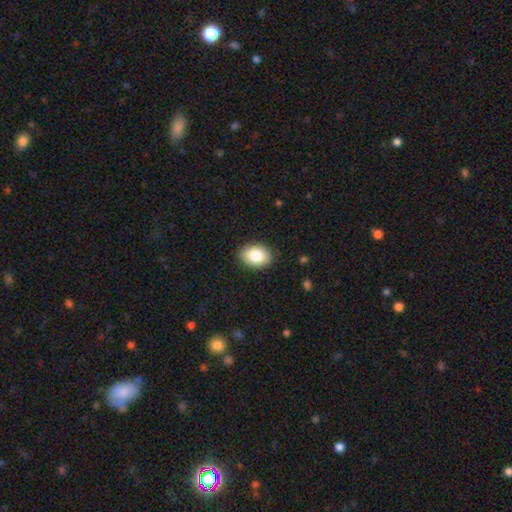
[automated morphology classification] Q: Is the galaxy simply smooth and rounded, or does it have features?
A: smooth — 84%.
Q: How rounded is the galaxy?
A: in between — 78%.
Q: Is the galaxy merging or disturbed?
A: none — 89%.